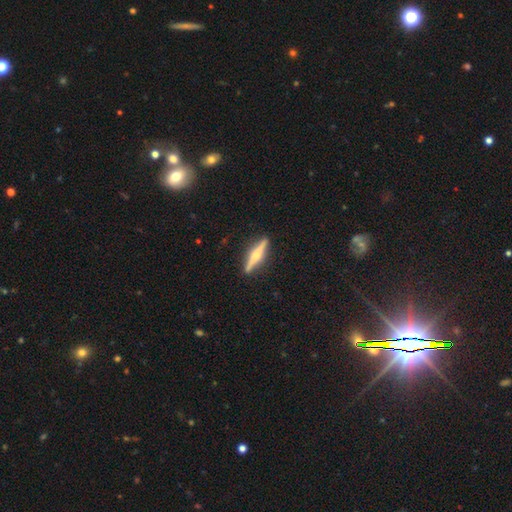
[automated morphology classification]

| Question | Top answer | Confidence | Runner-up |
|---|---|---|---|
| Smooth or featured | featured or disk | 71% | smooth (24%) |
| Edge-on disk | yes | 97% | no (3%) |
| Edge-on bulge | rounded | 87% | boxy (7%) |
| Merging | none | 90% | minor disturbance (7%) |